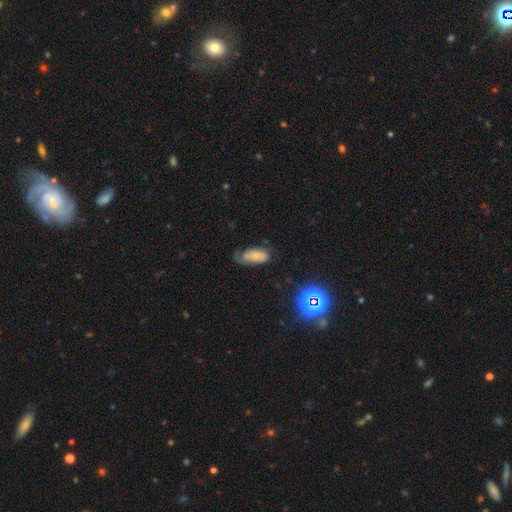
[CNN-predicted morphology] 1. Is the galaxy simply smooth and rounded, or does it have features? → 59% smooth, 29% featured or disk, 12% star or artifact.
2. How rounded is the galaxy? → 87% in between, 9% cigar-shaped, 3% round.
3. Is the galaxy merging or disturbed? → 39% none, 33% minor disturbance, 25% major disturbance, 2% merger.